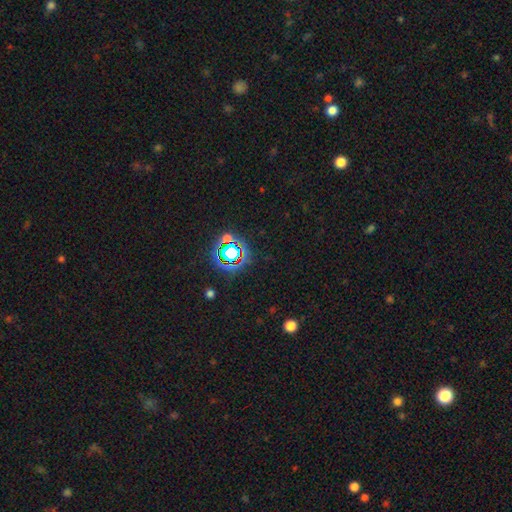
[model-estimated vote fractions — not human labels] Morphology: type=star or artifact (79%).